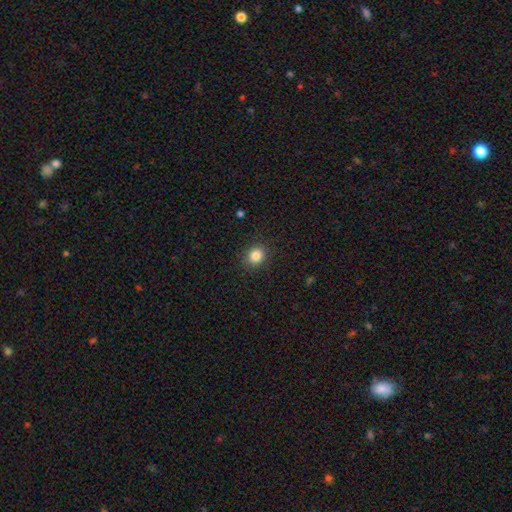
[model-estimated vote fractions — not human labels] Morphology: type=smooth (84%); roundness=round (73%); merging=none (89%).